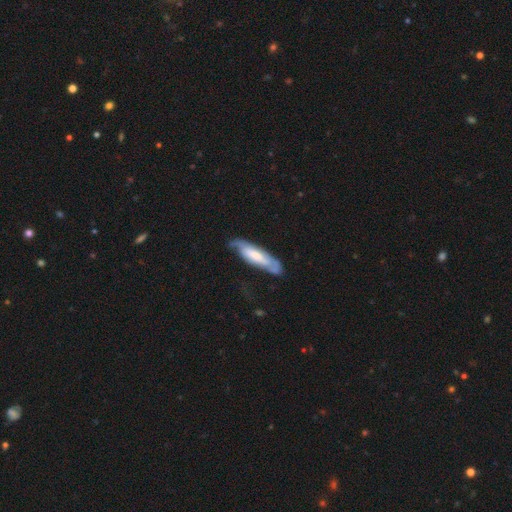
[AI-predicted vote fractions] Smooth or featured: featured or disk — 55% (smooth — 39%)
Edge-on disk: no — 67% (yes — 33%)
Merging: none — 57% (minor disturbance — 28%)